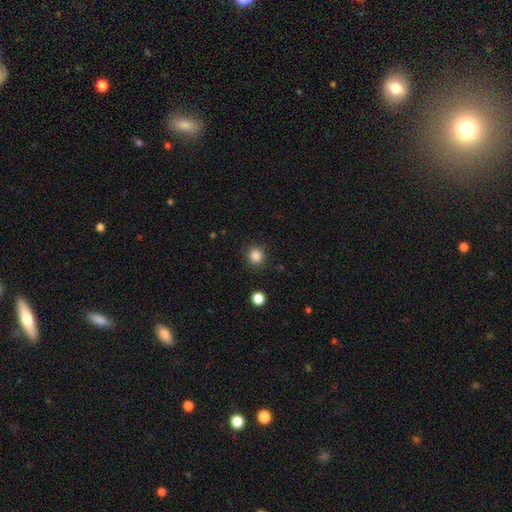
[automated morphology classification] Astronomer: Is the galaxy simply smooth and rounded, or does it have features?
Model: smooth — 86%.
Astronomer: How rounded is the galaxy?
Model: round — 87%.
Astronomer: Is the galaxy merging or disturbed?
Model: none — 89%.